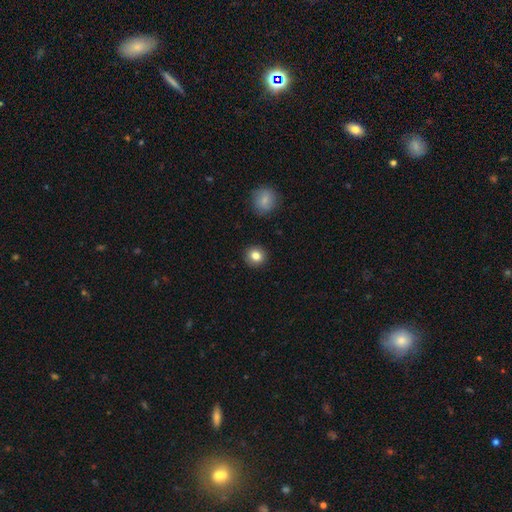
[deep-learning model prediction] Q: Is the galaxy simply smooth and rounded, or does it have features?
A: smooth — 82%.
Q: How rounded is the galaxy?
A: round — 93%.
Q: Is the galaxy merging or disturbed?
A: none — 92%.